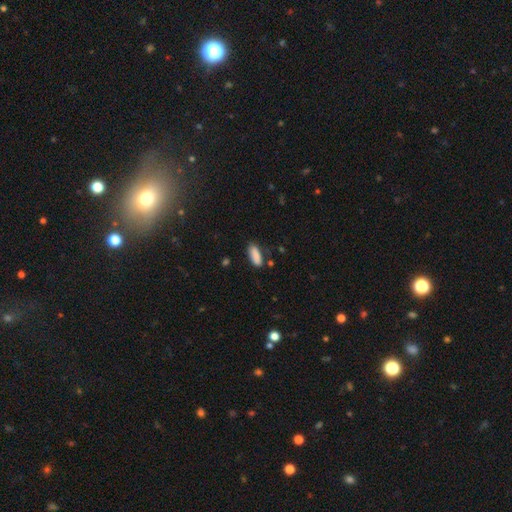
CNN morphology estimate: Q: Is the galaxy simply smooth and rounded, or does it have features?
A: smooth — 87%.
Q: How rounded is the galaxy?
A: in between — 74%.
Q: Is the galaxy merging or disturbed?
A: none — 74%.